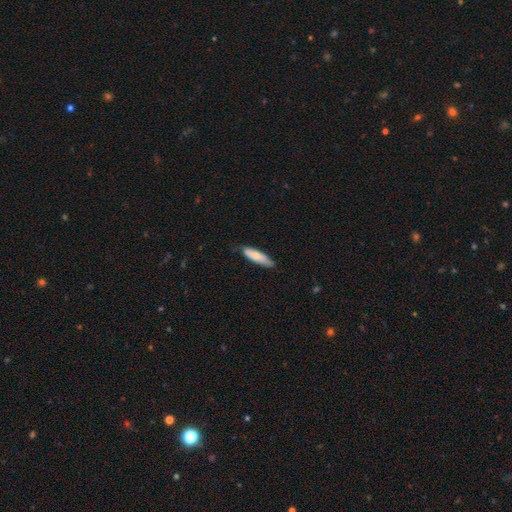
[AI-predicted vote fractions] Q: Smooth or featured?
A: smooth (70%); runner-up: featured or disk (24%)
Q: How rounded?
A: cigar-shaped (60%); runner-up: in between (38%)
Q: Merging?
A: none (73%); runner-up: minor disturbance (22%)